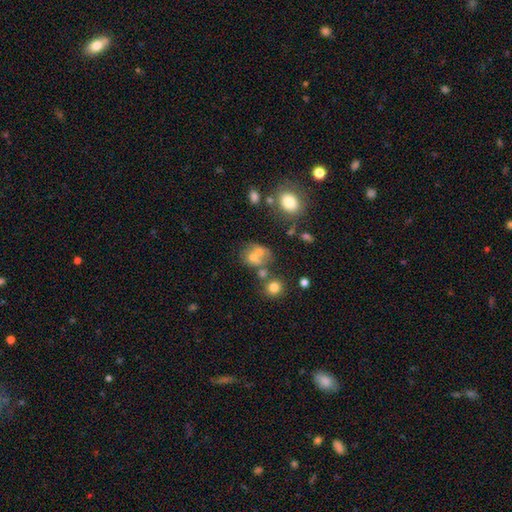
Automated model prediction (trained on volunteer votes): Smooth or featured? Predicted: smooth (p=0.61). How rounded? Predicted: round (p=0.57). Merging? Predicted: merger (p=0.49).